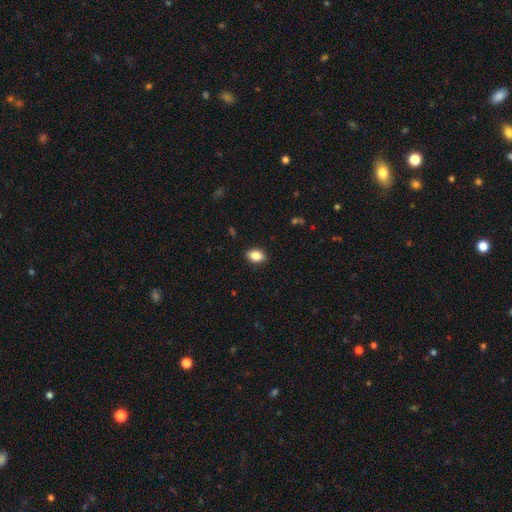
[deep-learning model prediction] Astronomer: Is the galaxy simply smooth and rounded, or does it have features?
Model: smooth — 84%.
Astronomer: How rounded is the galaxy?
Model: in between — 84%.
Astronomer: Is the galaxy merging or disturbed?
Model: none — 89%.